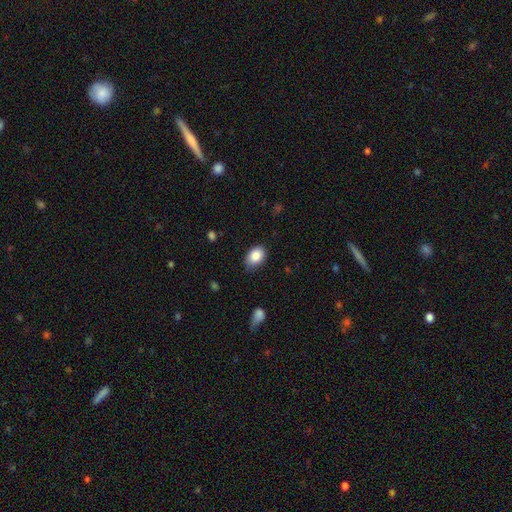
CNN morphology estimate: A smooth galaxy with no disk features (86%) that is in between round and cigar-shaped (80%). Merging: none (75%).